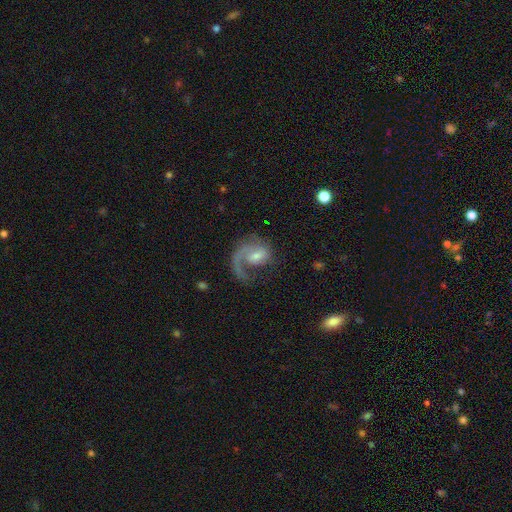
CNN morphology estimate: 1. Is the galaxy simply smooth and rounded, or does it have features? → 81% featured or disk, 12% smooth, 7% star or artifact.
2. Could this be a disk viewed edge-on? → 98% no, 2% yes.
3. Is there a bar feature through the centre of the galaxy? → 49% no, 41% weak, 10% strong.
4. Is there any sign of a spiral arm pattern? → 94% yes, 6% no.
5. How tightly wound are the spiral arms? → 42% medium, 38% loose, 20% tight.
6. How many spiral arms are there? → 81% 1, 12% 2, 4% can't tell, 1% 3, 1% 4, 1% more than 4.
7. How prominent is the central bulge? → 51% small, 37% moderate, 6% none, 4% large, 2% dominant.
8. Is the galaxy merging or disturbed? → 47% none, 34% major disturbance, 15% minor disturbance, 4% merger.